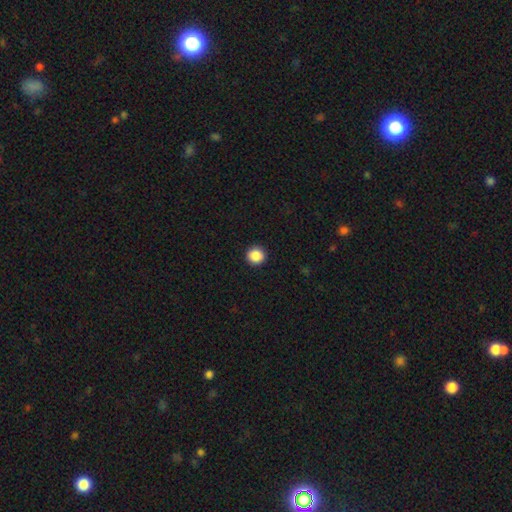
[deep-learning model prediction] Morphology: type=smooth (88%); roundness=round (94%); merging=none (93%).